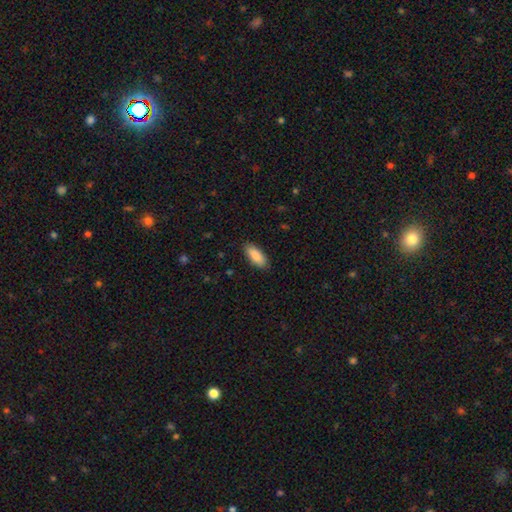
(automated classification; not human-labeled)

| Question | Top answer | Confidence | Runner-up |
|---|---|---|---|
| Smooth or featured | smooth | 88% | featured or disk (6%) |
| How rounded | in between | 82% | cigar-shaped (16%) |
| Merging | none | 88% | minor disturbance (9%) |